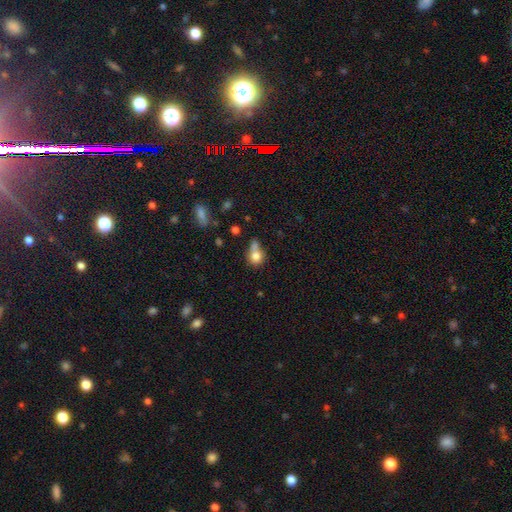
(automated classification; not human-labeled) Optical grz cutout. It shows a smooth galaxy with no disk features (78%) that is round (73%). Merging: none (38%).